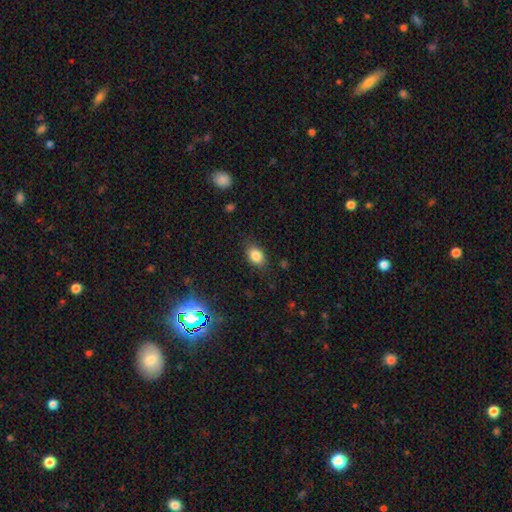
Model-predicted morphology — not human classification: Q: Smooth or featured?
A: smooth (83%); runner-up: star or artifact (11%)
Q: How rounded?
A: in between (79%); runner-up: round (19%)
Q: Merging?
A: none (81%); runner-up: minor disturbance (14%)